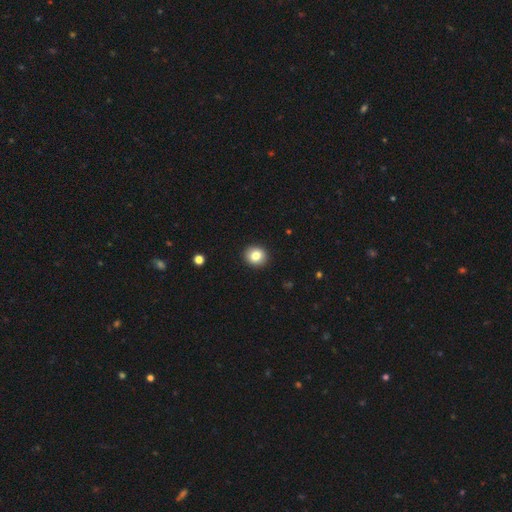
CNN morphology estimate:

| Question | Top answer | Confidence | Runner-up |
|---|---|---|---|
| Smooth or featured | smooth | 83% | star or artifact (10%) |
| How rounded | round | 86% | in between (13%) |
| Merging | none | 93% | minor disturbance (5%) |